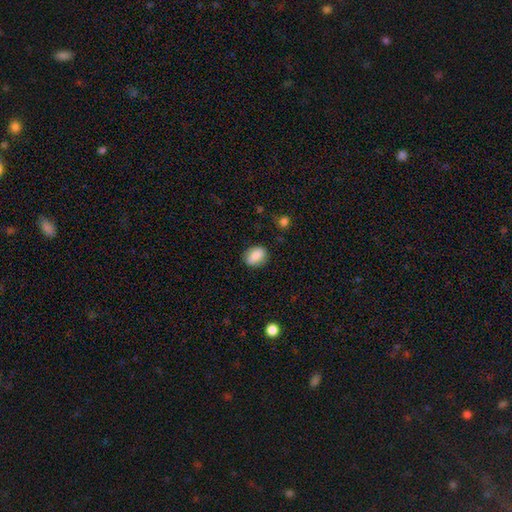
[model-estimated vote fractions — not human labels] The model was most divided on "how rounded": in between: 70%, round: 28%, cigar-shaped: 2%. More confident: smooth or featured — smooth (83%); merging — none (82%).